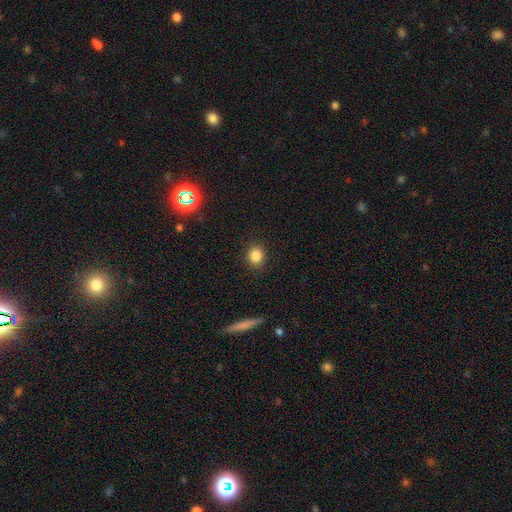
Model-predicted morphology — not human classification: Smooth or featured? Predicted: smooth (p=0.84). How rounded? Predicted: round (p=0.70). Merging? Predicted: none (p=0.89).